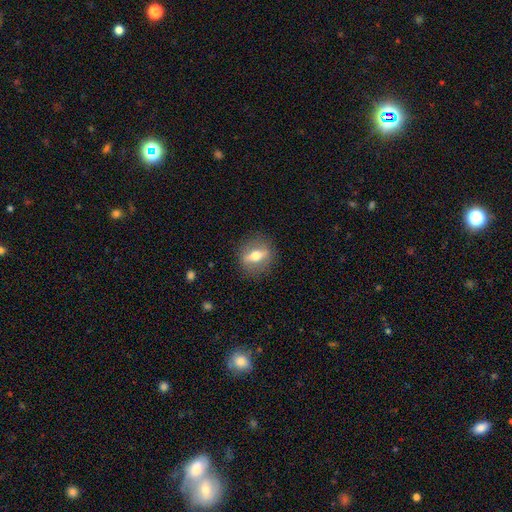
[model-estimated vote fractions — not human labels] smooth_or_featured: featured or disk (p=0.60) [alt: smooth p=0.32]
disk_edge_on: yes (p=0.56) [alt: no p=0.44]
merging: none (p=0.86) [alt: minor disturbance p=0.09]